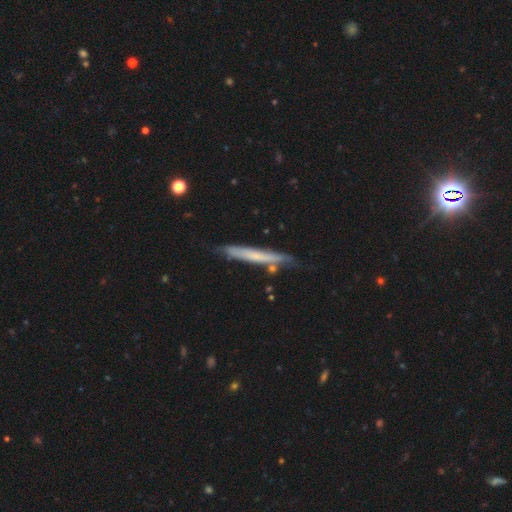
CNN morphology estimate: Smooth or featured?
  - smooth: 47% * (tied)
  - featured or disk: 47% * (tied)
  - star or artifact: 6%
Merging?
  - none: 72% *
  - minor disturbance: 20%
  - merger: 5%
  - major disturbance: 4%